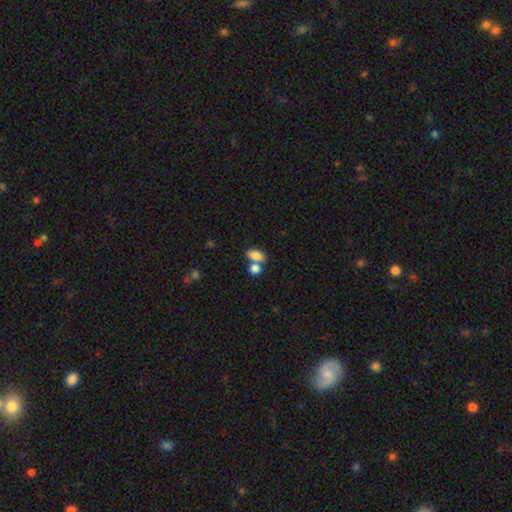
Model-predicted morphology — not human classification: type=smooth (81%); roundness=in between (82%); merging=none (45%).